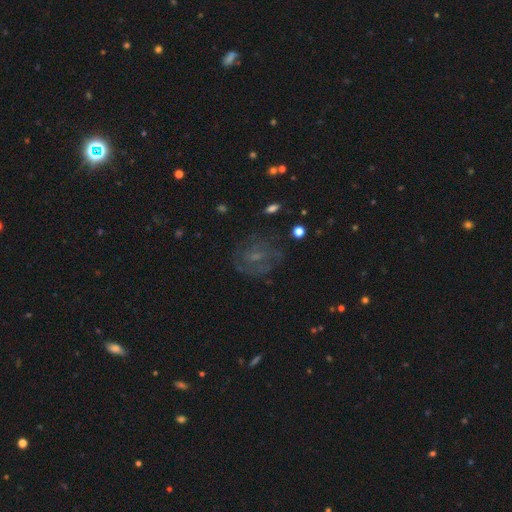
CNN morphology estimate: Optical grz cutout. It shows a featured or disk galaxy (47%). Merging: none (64%).